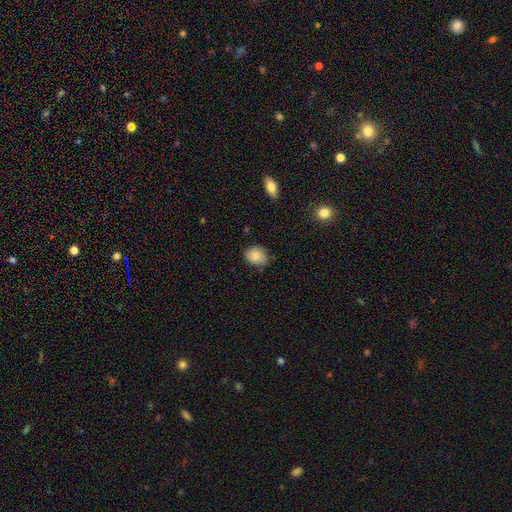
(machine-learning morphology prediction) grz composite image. It shows a smooth galaxy with no disk features (82%) that is in between round and cigar-shaped (59%). Merging: none (72%).